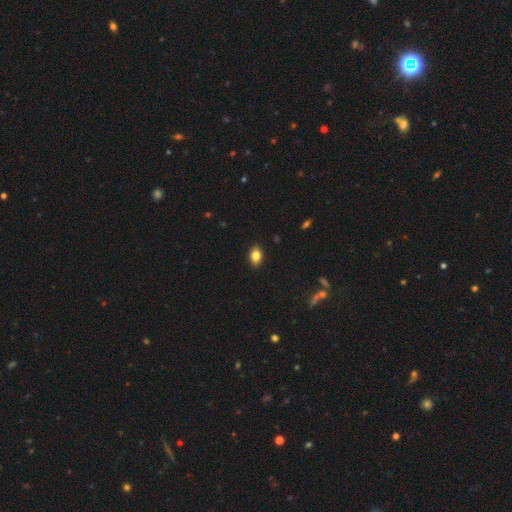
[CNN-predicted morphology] A smooth galaxy with no disk features (83%) that is in between round and cigar-shaped (83%). Merging: none (89%).